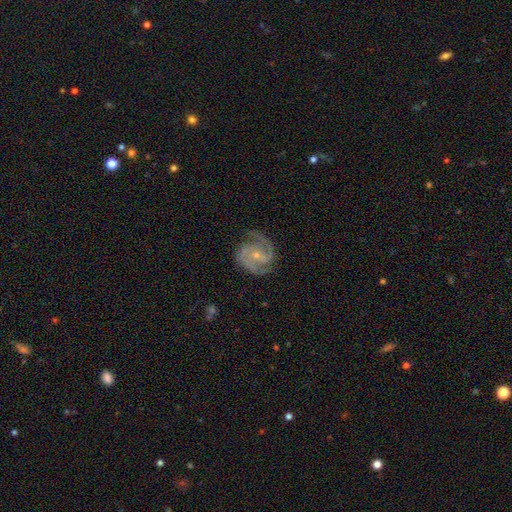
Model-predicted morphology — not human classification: featured or disk 90%, smooth 5%, star or artifact 5%. Down the decision tree: edge-on disk — no (98%); bar — no (60%); spiral arms — yes (98%); spiral arm count — 2 (60%); spiral winding — medium (50%); bulge size — small (72%); merging — none (76%).